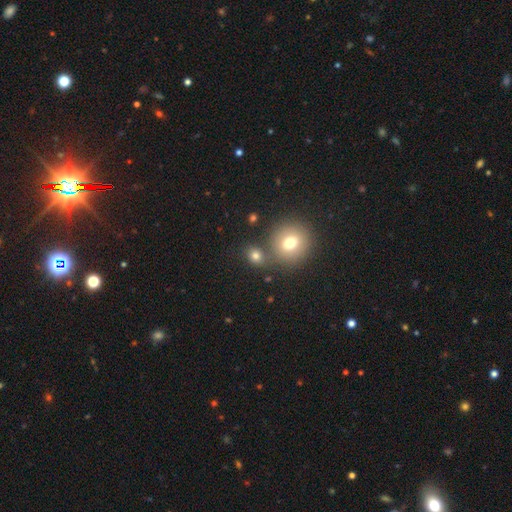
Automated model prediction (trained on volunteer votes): A smooth galaxy with no disk features (76%) that is round (65%). Merging: none (62%).